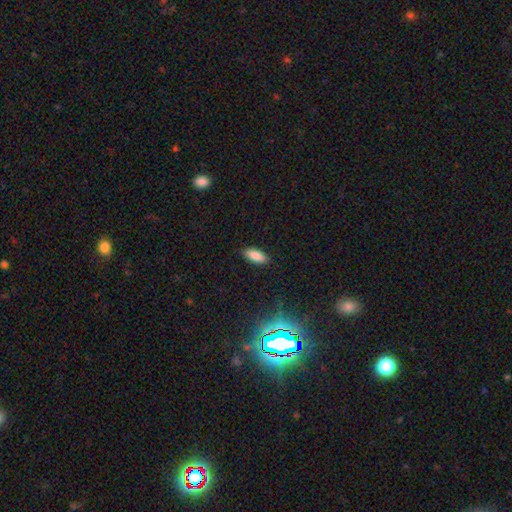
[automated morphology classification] smooth 85%, star or artifact 8%, featured or disk 6%. Down the decision tree: how rounded — in between (81%); merging — none (88%).